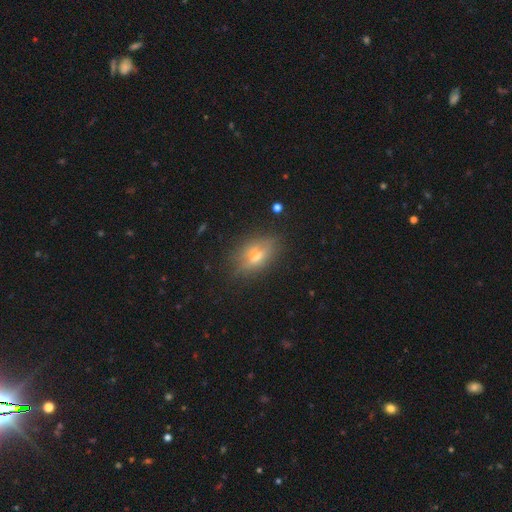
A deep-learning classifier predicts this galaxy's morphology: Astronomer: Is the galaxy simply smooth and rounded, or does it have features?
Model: featured or disk — 48% (runner-up: smooth, 38%).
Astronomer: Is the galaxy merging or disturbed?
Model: none — 80%.